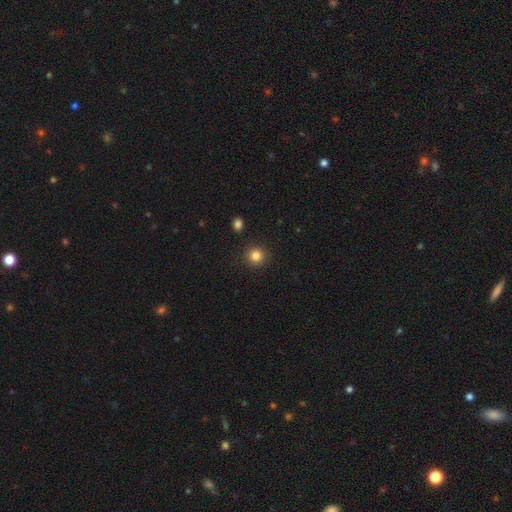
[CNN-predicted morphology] type=smooth (84%); roundness=round (94%); merging=none (91%).